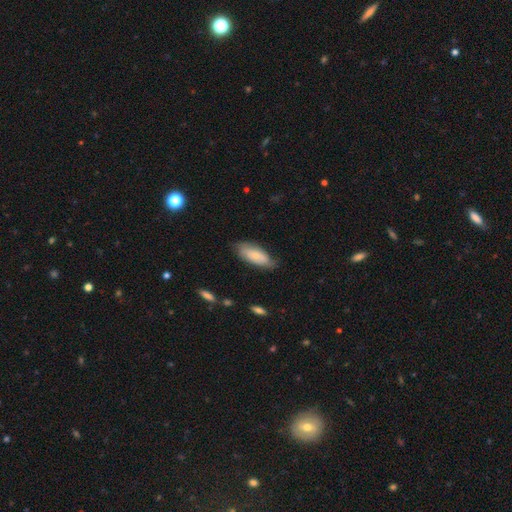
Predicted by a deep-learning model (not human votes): This appears to be a smooth galaxy with no disk features (58%) that is in between round and cigar-shaped (84%). Merging: none (66%).